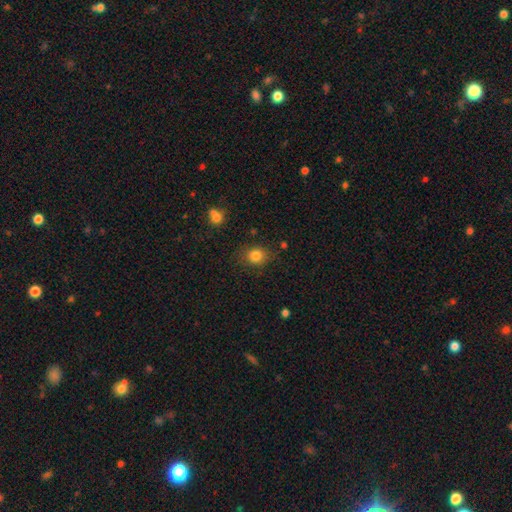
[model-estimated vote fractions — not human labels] Smooth or featured: smooth — 83% (star or artifact — 11%)
How rounded: round — 73% (in between — 26%)
Merging: none — 80% (minor disturbance — 13%)